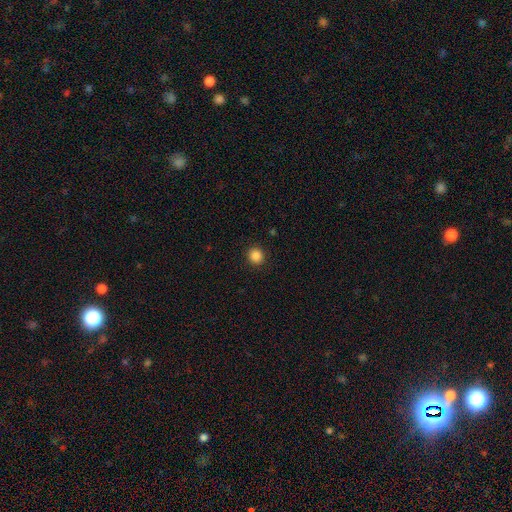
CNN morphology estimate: Overall: smooth (86%). How rounded: round (92%). Merging: none (92%).